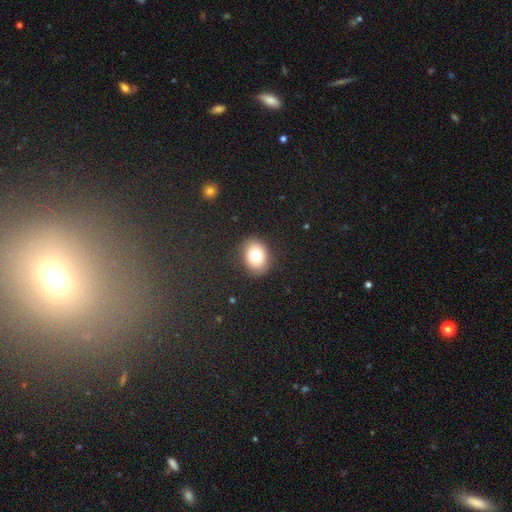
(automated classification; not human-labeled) Smooth or featured: smooth — 79% (featured or disk — 12%)
How rounded: in between — 60% (round — 39%)
Merging: none — 87% (minor disturbance — 9%)